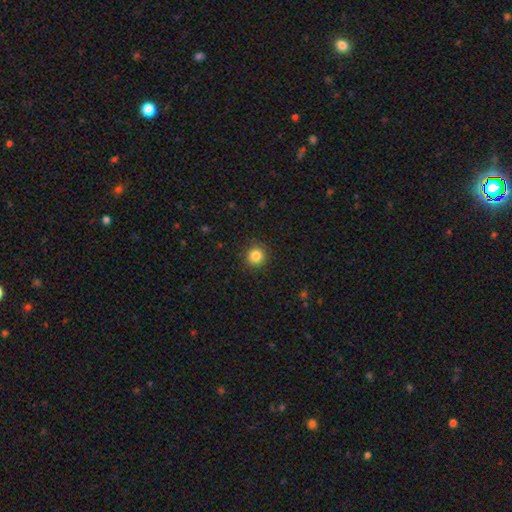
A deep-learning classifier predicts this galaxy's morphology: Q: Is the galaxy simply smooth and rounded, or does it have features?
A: smooth — 85%.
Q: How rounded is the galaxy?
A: round — 94%.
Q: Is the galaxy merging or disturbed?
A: none — 90%.